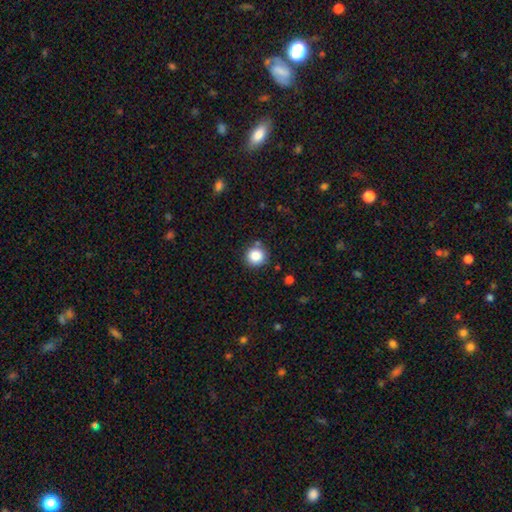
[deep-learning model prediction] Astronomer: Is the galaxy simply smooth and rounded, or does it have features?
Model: smooth — 85%.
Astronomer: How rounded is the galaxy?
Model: round — 93%.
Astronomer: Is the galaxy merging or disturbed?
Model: none — 85%.